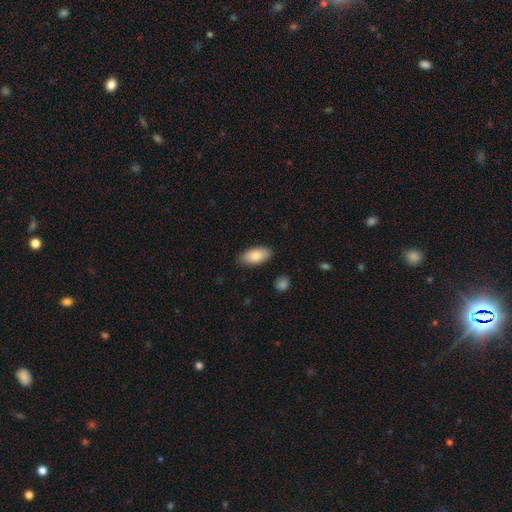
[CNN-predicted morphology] Smooth or featured: smooth — 82% (featured or disk — 12%)
How rounded: in between — 91% (cigar-shaped — 6%)
Merging: none — 86% (minor disturbance — 10%)